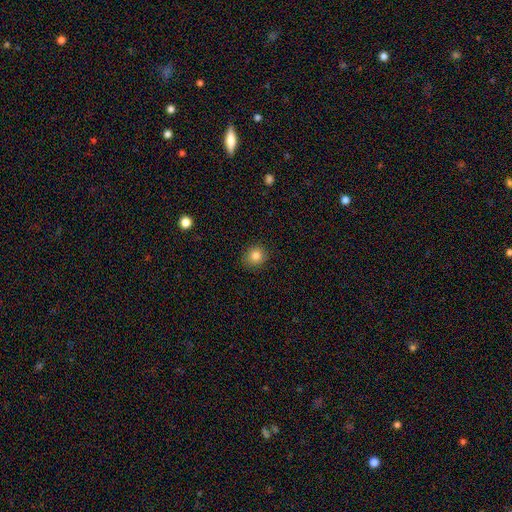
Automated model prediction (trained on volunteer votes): Overall: smooth (83%). How rounded: round (81%). Merging: none (89%).